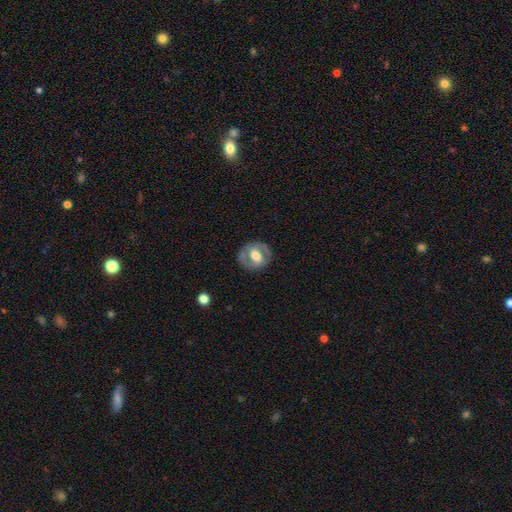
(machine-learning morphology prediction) A featured or disk galaxy (63%) with a weak bar (40%), spiral arms (55%) and a moderate central bulge (56%).

Vote fractions:
- Smooth or featured? featured or disk: 63% / smooth: 31% / star or artifact: 6%
- Edge-on disk? no: 96% / yes: 4%
- Bar? weak: 40% / no: 35% / strong: 25%
- Spiral arms? yes: 55% / no: 45%
- Bulge size? moderate: 56% / large: 30% / small: 10% / dominant: 2% / none: 2%
- Merging? none: 79% / minor disturbance: 14% / major disturbance: 6% / merger: 1%